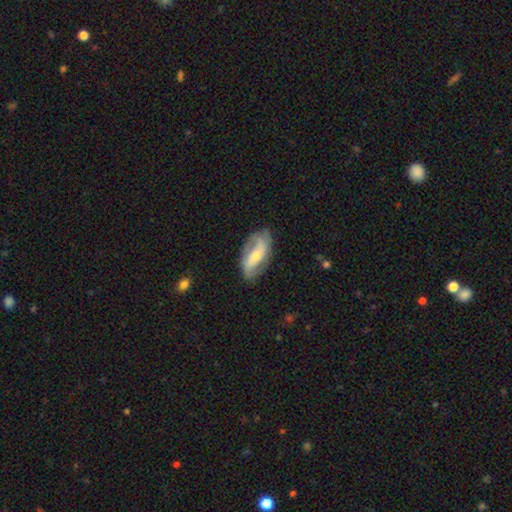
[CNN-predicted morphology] A featured or disk galaxy (67%) with a strong bar (35%), spiral arms (81%) and a moderate central bulge (47%, tied with small). Merging: none (73%).